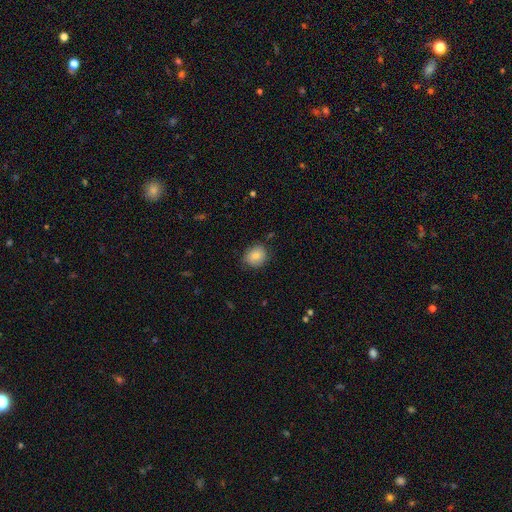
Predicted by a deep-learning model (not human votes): The model was most divided on "how rounded": round: 72%, in between: 27%, cigar-shaped: 1%. More confident: smooth or featured — smooth (80%); merging — none (78%).